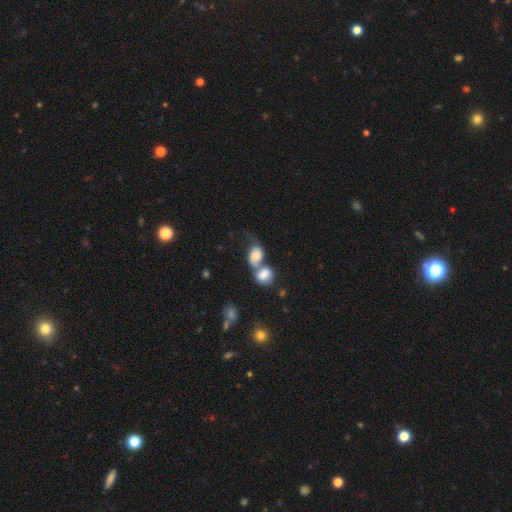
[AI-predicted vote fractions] This is likely a smooth galaxy (64%). How rounded: likely in between (61%). Merging: likely merger (75%).